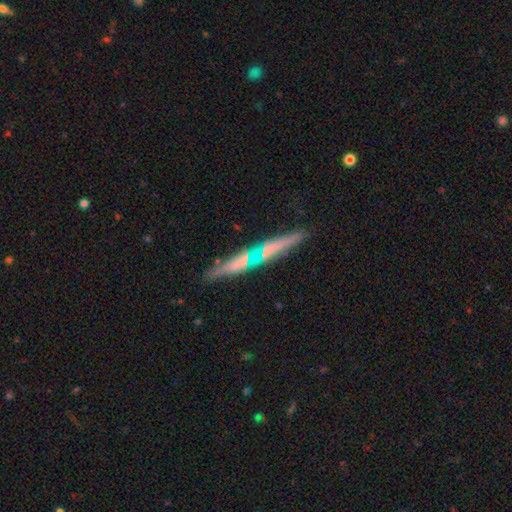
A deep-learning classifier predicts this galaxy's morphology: smooth_or_featured: featured or disk (p=0.55) [alt: smooth p=0.37]
disk_edge_on: yes (p=0.91) [alt: no p=0.09]
edge_on_bulge: none (p=0.62) [alt: rounded p=0.29]
merging: none (p=0.71) [alt: merger p=0.13]